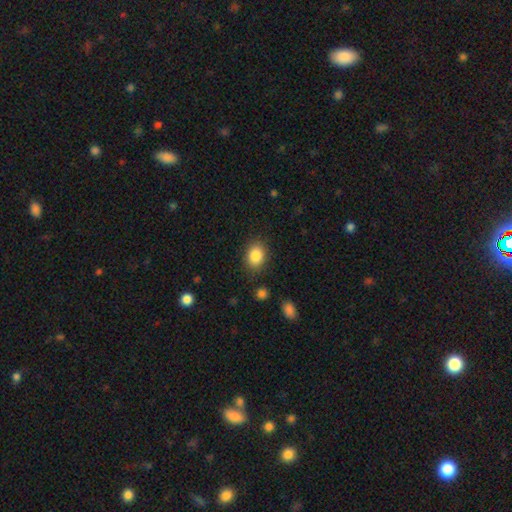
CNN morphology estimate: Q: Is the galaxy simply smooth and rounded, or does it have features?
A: smooth — 87%.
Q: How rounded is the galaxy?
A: in between — 64%.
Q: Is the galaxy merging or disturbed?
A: none — 84%.